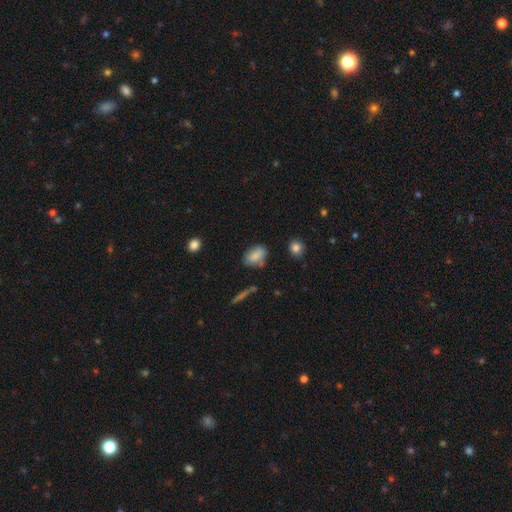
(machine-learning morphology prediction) Overall: smooth (82%). How rounded: in between (88%). Merging: none (65%).